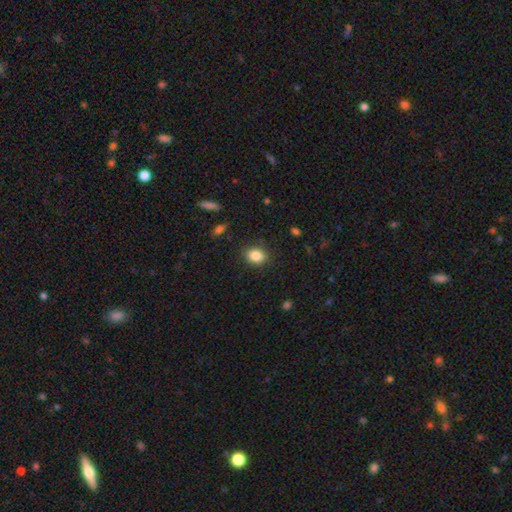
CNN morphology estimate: Smooth or featured? Predicted: smooth (p=0.85). How rounded? Predicted: in between (p=0.51). Merging? Predicted: none (p=0.86).